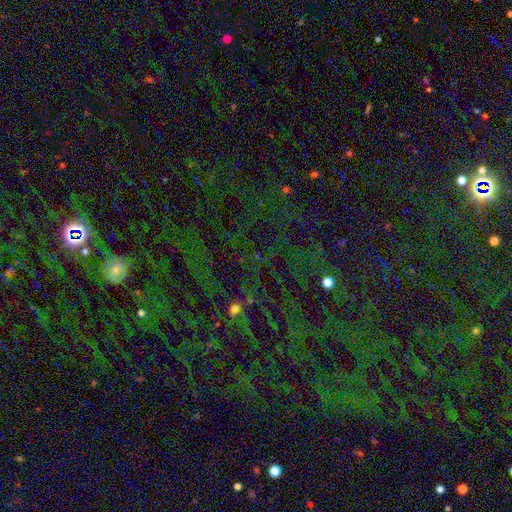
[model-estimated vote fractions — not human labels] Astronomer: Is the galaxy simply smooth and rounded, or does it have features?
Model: star or artifact — 75%.